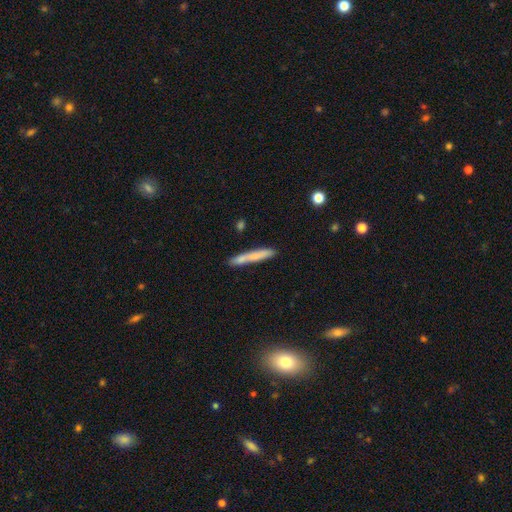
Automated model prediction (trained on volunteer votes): Morphology: type=smooth (74%); roundness=cigar-shaped (94%); merging=none (73%).